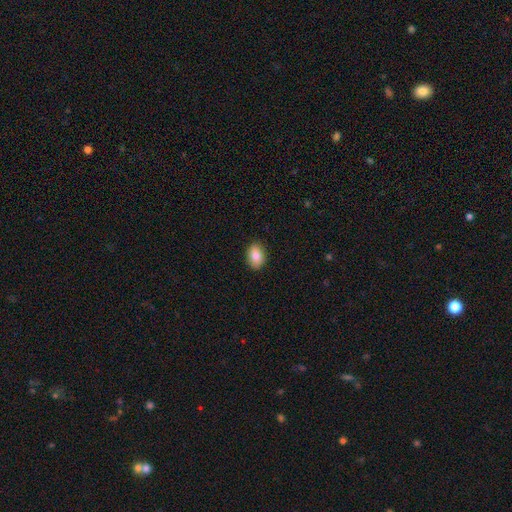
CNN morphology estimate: Overall: smooth (83%). How rounded: in between (84%). Merging: none (89%).